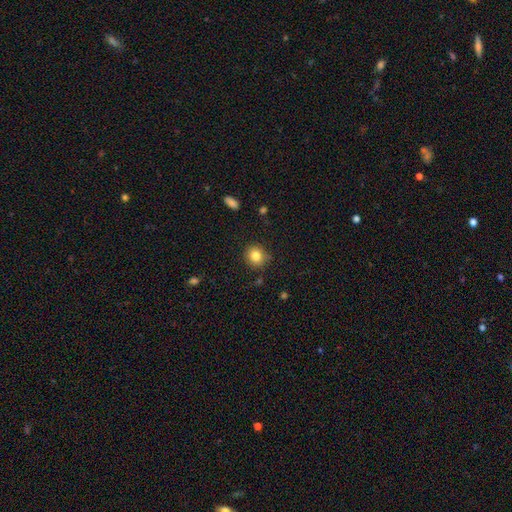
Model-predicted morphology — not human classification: type=smooth (84%); roundness=round (83%); merging=none (86%).